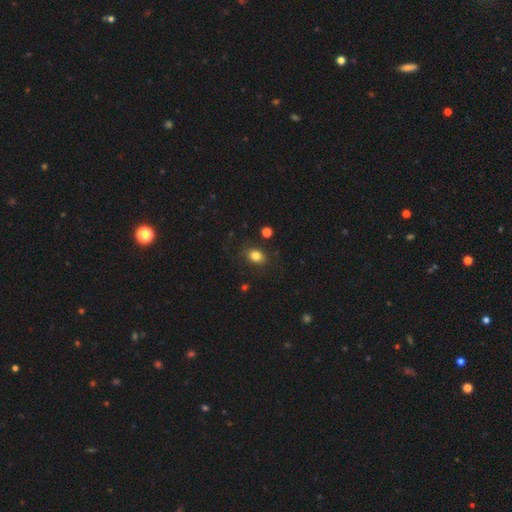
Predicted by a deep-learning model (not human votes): This appears to be a smooth galaxy with no disk features (82%) that is in between round and cigar-shaped (61%). Merging: none (83%).